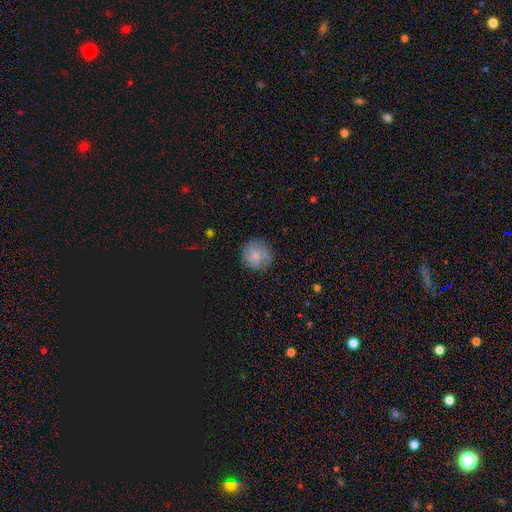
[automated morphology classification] smooth-or-featured: smooth: 51% | featured or disk: 39% | star or artifact: 10%
  how-rounded: round: 89% | in between: 10% | cigar-shaped: 1%
  merging: none: 75% | minor disturbance: 17% | major disturbance: 6% | merger: 1%